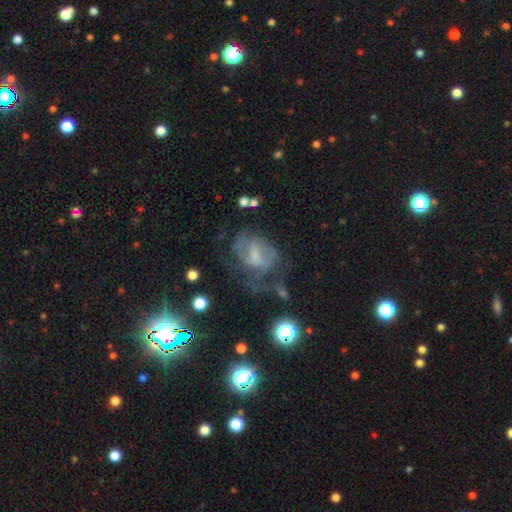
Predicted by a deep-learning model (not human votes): This appears to be a featured or disk galaxy (53%) with no bar (47%), no spiral arms (60%) and no central bulge (38%). Merging: major disturbance (36%, tied with none).